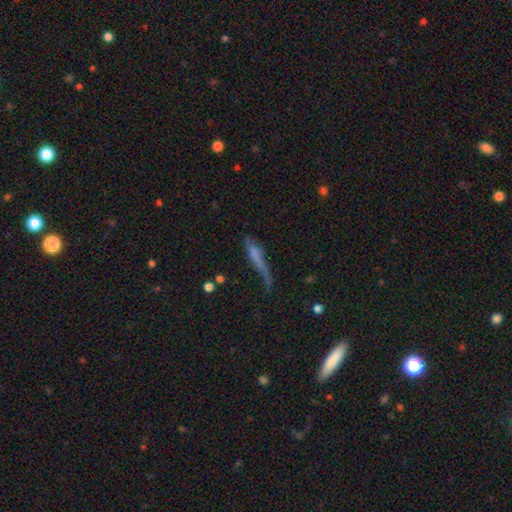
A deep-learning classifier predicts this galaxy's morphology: Smooth or featured?
  - smooth: 51% *
  - featured or disk: 36%
  - star or artifact: 12%
How rounded?
  - cigar-shaped: 82% *
  - in between: 15%
  - round: 3%
Merging?
  - none: 34% *
  - major disturbance: 32%
  - minor disturbance: 26%
  - merger: 8%